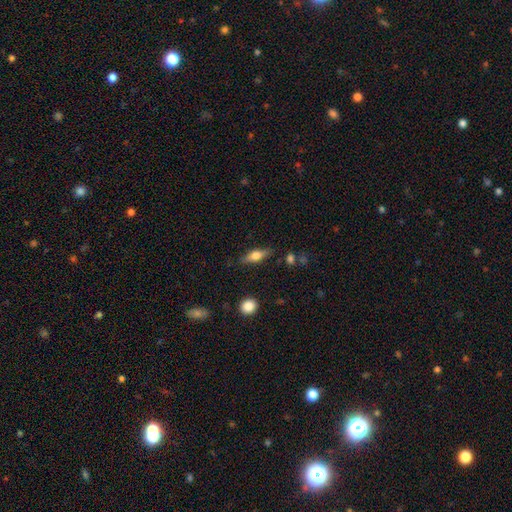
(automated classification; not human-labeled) A smooth galaxy with no disk features (55%) that is in between round and cigar-shaped (55%). Merging: none (82%).